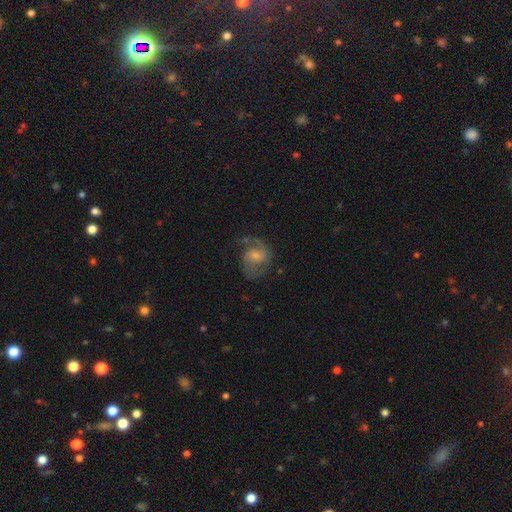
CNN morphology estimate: featured or disk 75%, smooth 18%, star or artifact 7%. Down the decision tree: edge-on disk — no (98%); bar — no (48%); spiral arms — yes (93%); spiral arm count — 2 (77%); spiral winding — medium (53%); bulge size — small (45%); merging — none (59%).